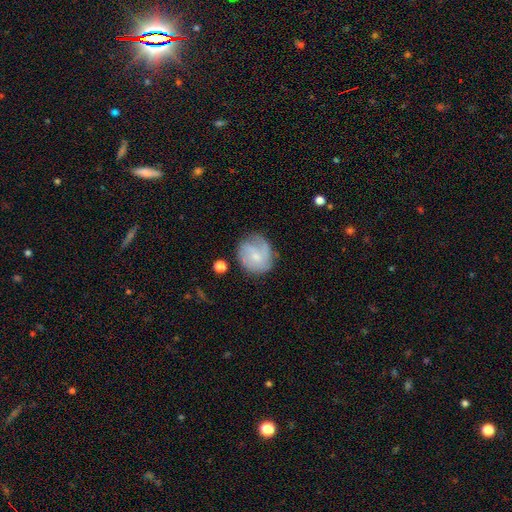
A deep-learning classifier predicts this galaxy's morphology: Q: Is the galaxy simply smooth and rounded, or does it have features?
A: featured or disk — 49%.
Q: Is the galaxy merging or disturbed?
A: none — 60%.